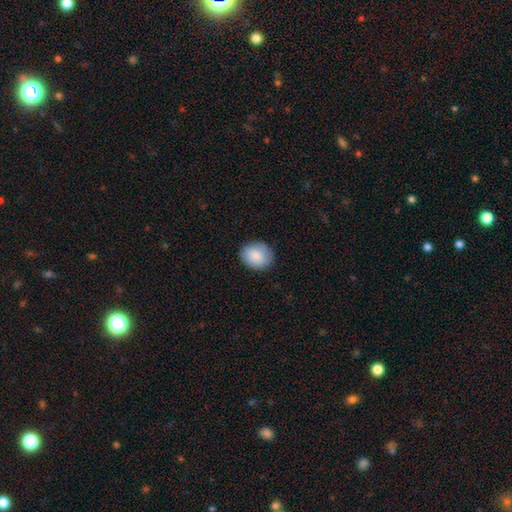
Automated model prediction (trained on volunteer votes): Overall: smooth (87%). How rounded: round (55%; in between 44%). Merging: none (84%).